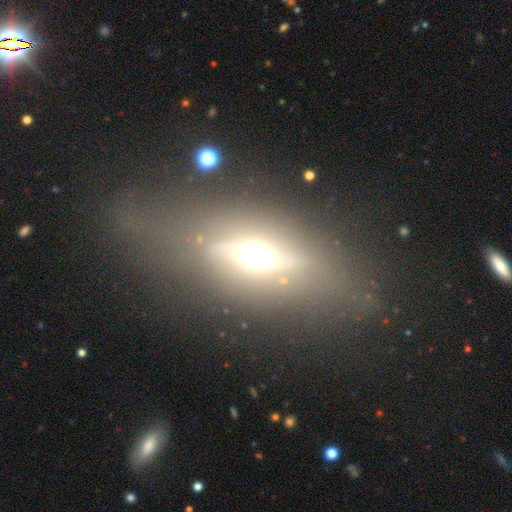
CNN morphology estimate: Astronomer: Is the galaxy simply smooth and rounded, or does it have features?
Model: featured or disk — 50% (runner-up: smooth, 32%).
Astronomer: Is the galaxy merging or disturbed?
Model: none — 67%.